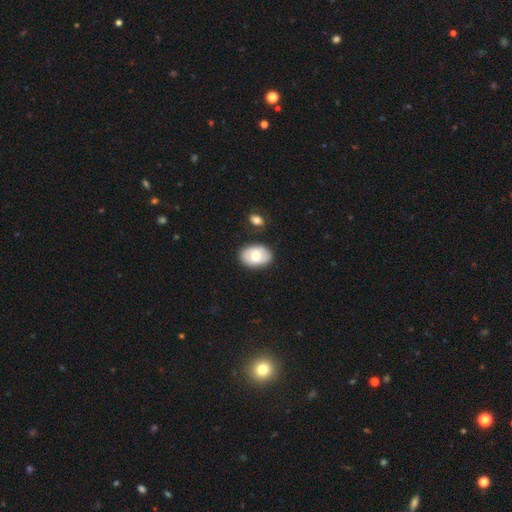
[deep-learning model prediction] Smooth or featured? Predicted: smooth (p=0.67). How rounded? Predicted: in between (p=0.88). Merging? Predicted: none (p=0.81).